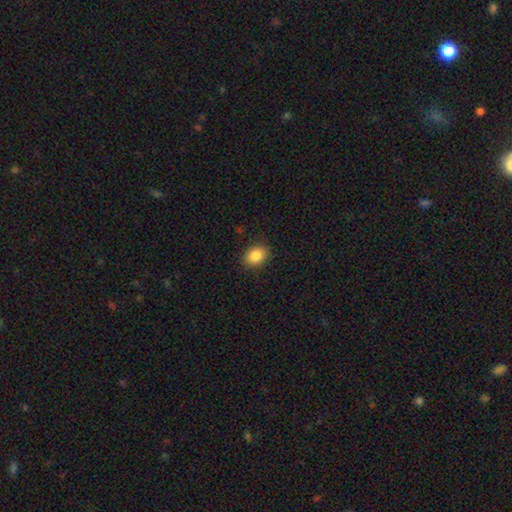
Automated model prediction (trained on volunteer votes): This appears to be a smooth galaxy with no disk features (86%) that is in between round and cigar-shaped (66%). Merging: none (87%).